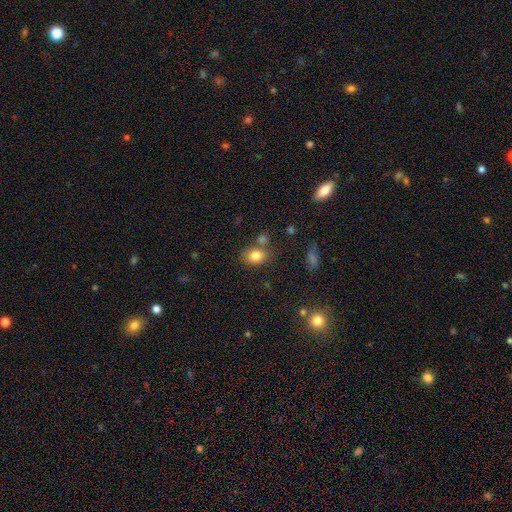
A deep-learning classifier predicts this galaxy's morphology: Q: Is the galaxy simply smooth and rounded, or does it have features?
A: smooth — 81%.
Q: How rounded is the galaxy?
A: in between — 61%.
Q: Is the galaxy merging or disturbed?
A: none — 66%.